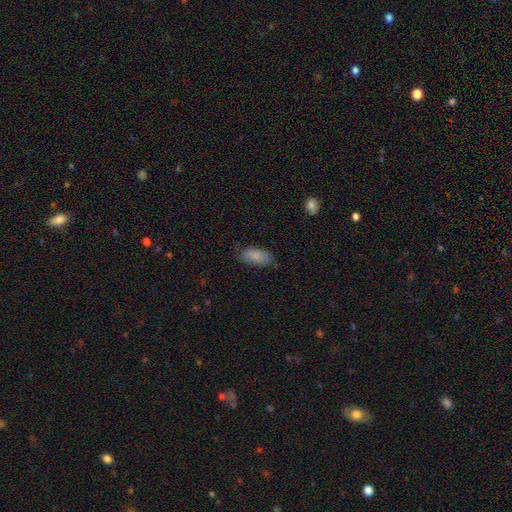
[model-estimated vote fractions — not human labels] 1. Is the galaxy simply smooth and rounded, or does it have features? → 85% smooth, 8% featured or disk, 7% star or artifact.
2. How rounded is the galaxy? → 91% in between, 7% cigar-shaped, 2% round.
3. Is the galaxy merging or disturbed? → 76% none, 19% minor disturbance, 4% major disturbance, 1% merger.